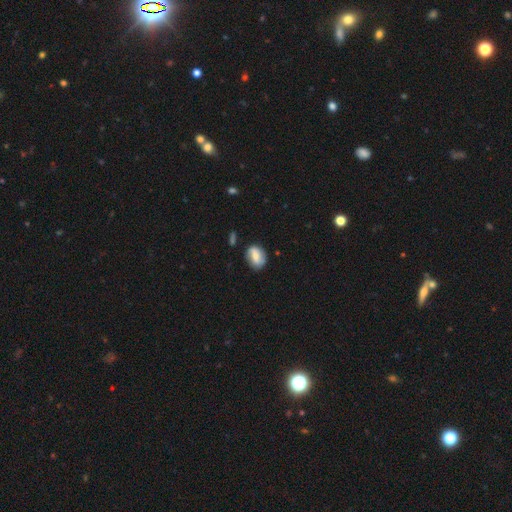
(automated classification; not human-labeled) The model was most divided on "smooth or featured": smooth: 49%, featured or disk: 44%, star or artifact: 7%. More confident: merging — none (77%).